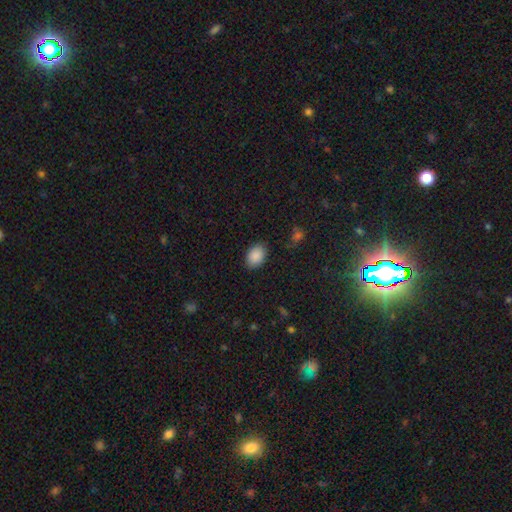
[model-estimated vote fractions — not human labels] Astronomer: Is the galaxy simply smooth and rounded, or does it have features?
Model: smooth — 89%.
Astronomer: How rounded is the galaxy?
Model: in between — 78%.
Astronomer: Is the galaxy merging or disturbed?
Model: none — 86%.